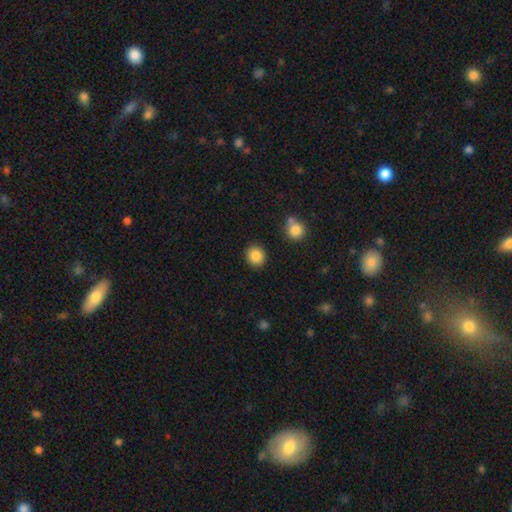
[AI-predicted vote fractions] smooth_or_featured: smooth (p=0.87) [alt: star or artifact p=0.09]
how_rounded: round (p=0.83) [alt: in between p=0.16]
merging: none (p=0.88) [alt: minor disturbance p=0.07]